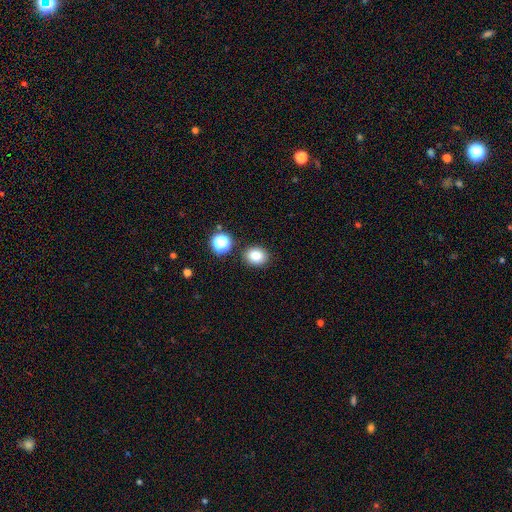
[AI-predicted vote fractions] This is clearly a smooth galaxy (83%). How rounded: possibly round (51%). Merging: clearly none (84%).